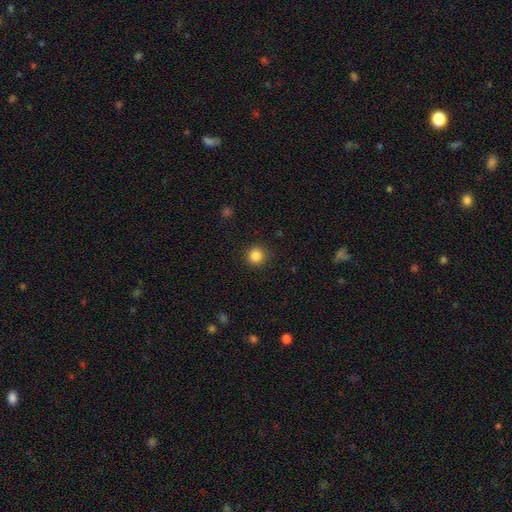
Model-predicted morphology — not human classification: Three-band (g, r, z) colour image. It shows a smooth galaxy with no disk features (85%) that is round (94%). Merging: none (90%).